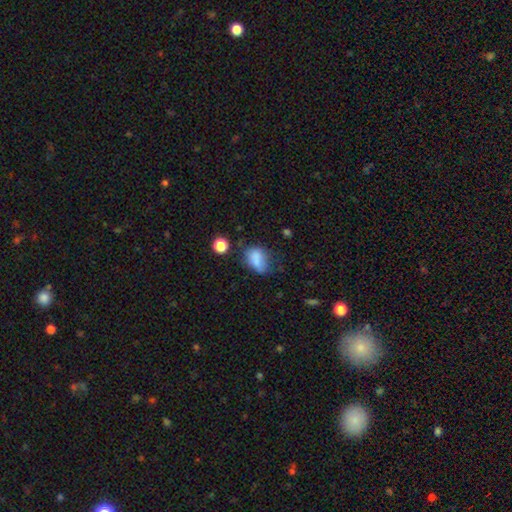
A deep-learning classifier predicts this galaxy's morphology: A smooth galaxy with no disk features (77%) that is in between round and cigar-shaped (79%). Merging: none (44%).